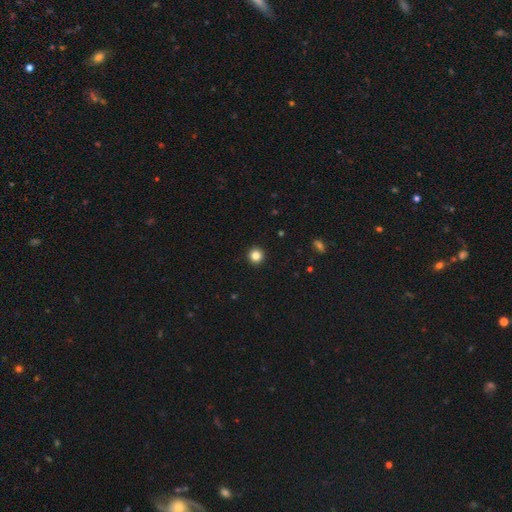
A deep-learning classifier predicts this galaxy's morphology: smooth 84%, star or artifact 12%, featured or disk 4%. Down the decision tree: how rounded — round (96%); merging — none (94%).